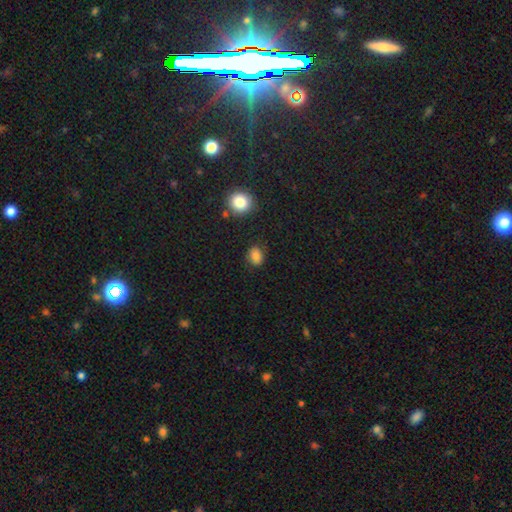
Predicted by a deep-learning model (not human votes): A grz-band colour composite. It shows a smooth galaxy with no disk features (84%) that is in between round and cigar-shaped (50%). Merging: none (82%).